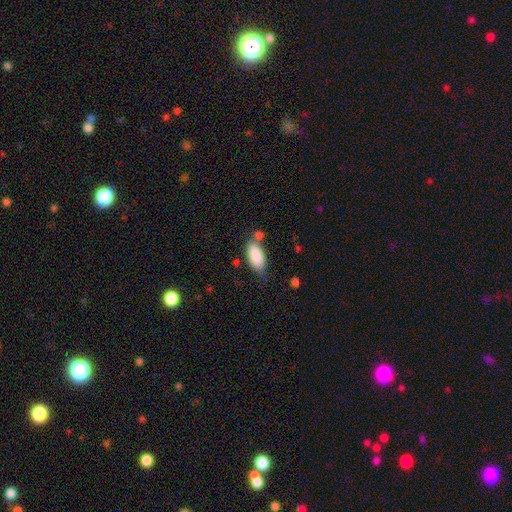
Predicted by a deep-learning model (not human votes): A smooth galaxy with no disk features (88%) that is in between round and cigar-shaped (89%). Merging: none (61%).